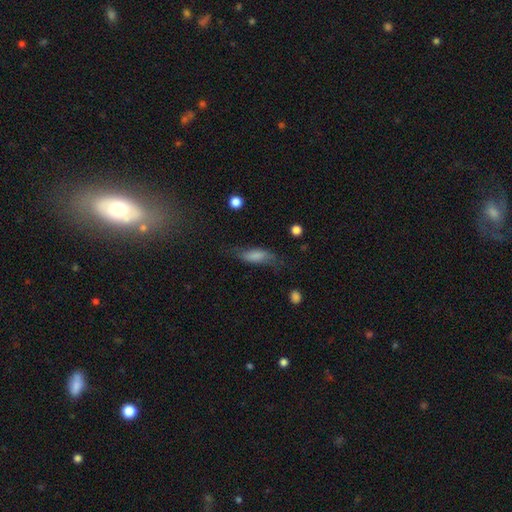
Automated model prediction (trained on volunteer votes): This appears to be a smooth galaxy with no disk features (69%) that is in between round and cigar-shaped (63%). Merging: none (53%).